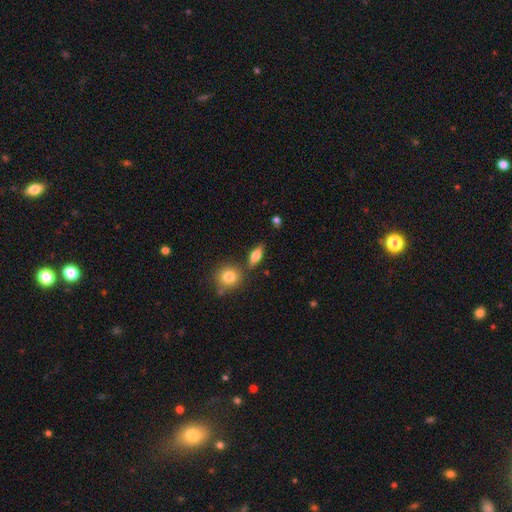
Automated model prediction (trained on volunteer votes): smooth-or-featured: smooth: 70% | featured or disk: 21% | star or artifact: 8%
  how-rounded: in between: 69% | cigar-shaped: 22% | round: 9%
  merging: none: 76% | minor disturbance: 12% | merger: 8% | major disturbance: 4%